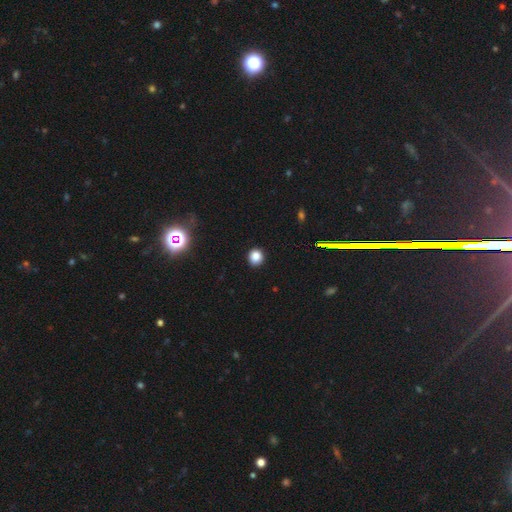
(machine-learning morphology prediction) This is clearly a smooth galaxy (84%). How rounded: clearly round (87%). Merging: clearly none (91%).